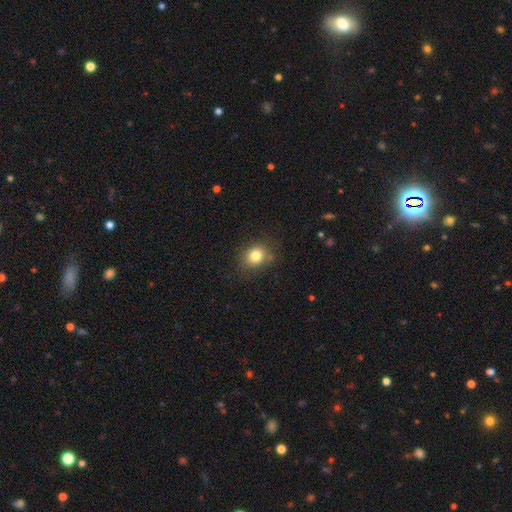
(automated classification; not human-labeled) This is clearly a smooth galaxy (81%). How rounded: possibly round (60%). Merging: likely none (79%).